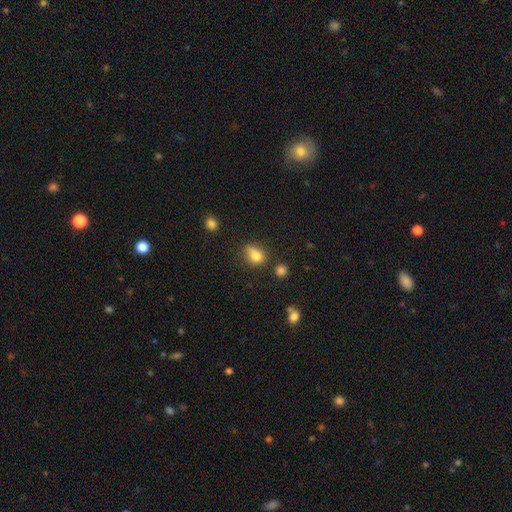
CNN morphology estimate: Smooth or featured: smooth — 78% (star or artifact — 12%)
How rounded: in between — 50% (round — 47%)
Merging: none — 51% (minor disturbance — 28%)